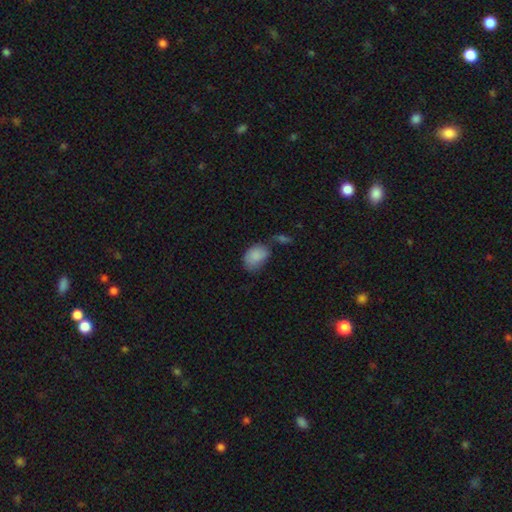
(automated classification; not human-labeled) Smooth or featured? smooth (86%)
How rounded? in between (79%)
Merging? none (45%)